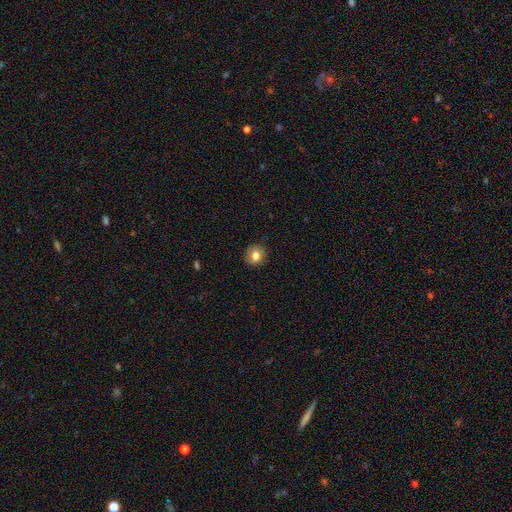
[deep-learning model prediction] Smooth or featured?
  - smooth: 80% *
  - featured or disk: 11%
  - star or artifact: 9%
How rounded?
  - round: 83% *
  - in between: 16%
  - cigar-shaped: 1%
Merging?
  - none: 86% *
  - minor disturbance: 10%
  - major disturbance: 2%
  - merger: 1%